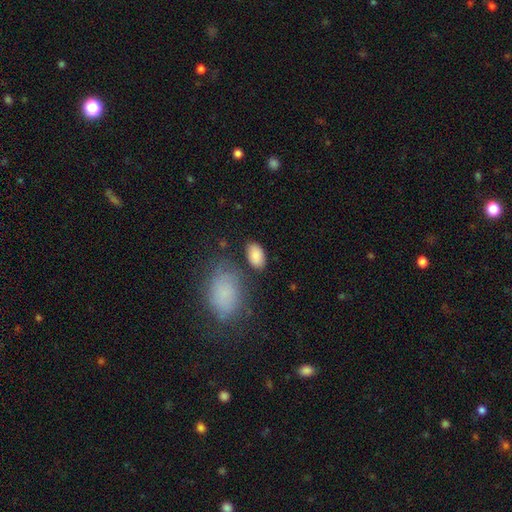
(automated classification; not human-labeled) Smooth or featured? smooth (86%)
How rounded? in between (93%)
Merging? none (76%)